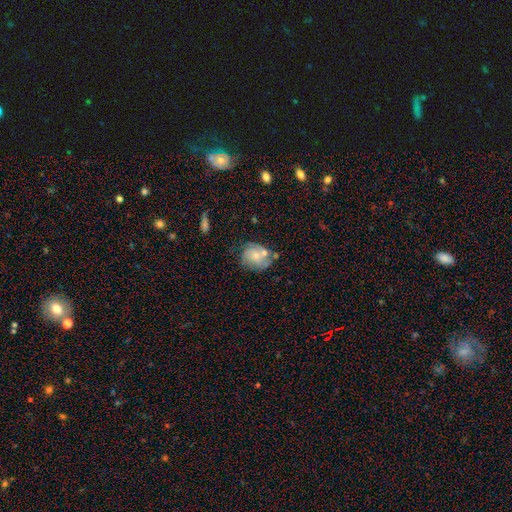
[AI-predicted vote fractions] A smooth galaxy with no disk features (52%) that is round (60%). Merging: none (49%).